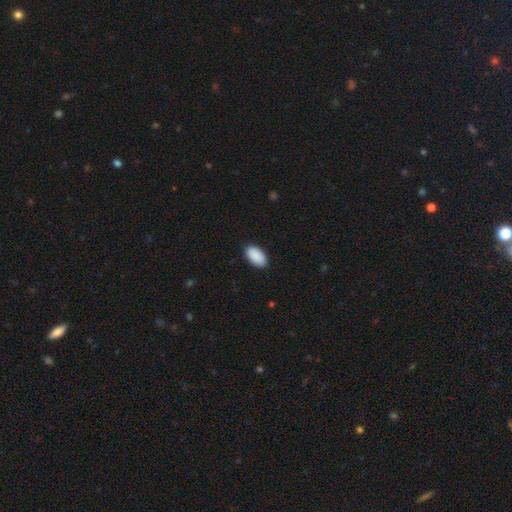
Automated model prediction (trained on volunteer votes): This is clearly a smooth galaxy (91%). How rounded: clearly in between (95%). Merging: clearly none (89%).